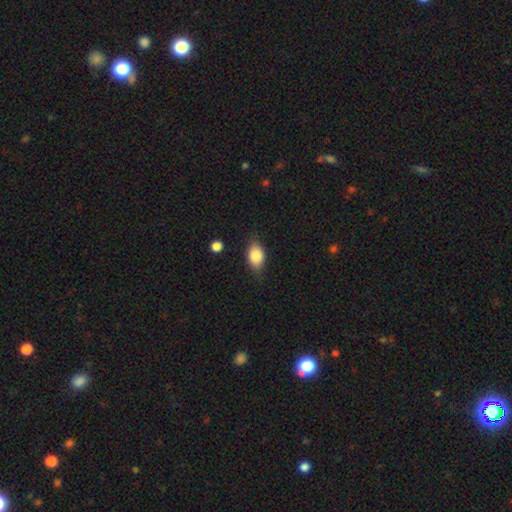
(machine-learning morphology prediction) Overall: smooth (83%). How rounded: in between (82%). Merging: none (78%).